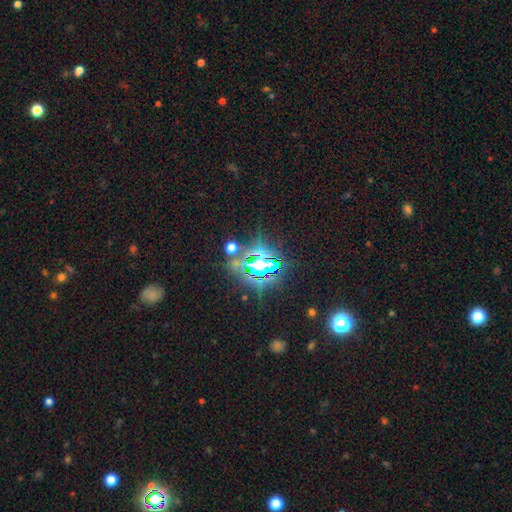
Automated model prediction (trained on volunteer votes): Q: Smooth or featured?
A: star or artifact (82%); runner-up: smooth (11%)